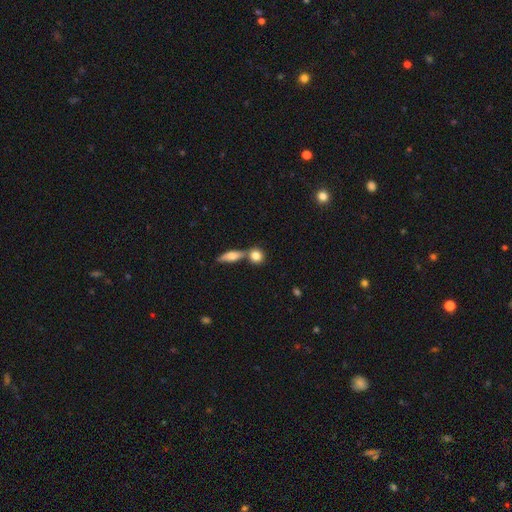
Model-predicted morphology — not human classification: This appears to be a smooth galaxy with no disk features (81%) that is round (73%). Merging: none (54%).